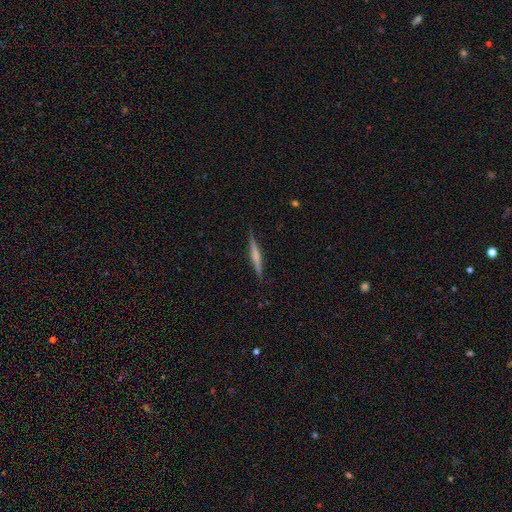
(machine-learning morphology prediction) This appears to be a featured or disk galaxy (53%) viewed edge-on (98%) with no central bulge (47%). Merging: none (89%).